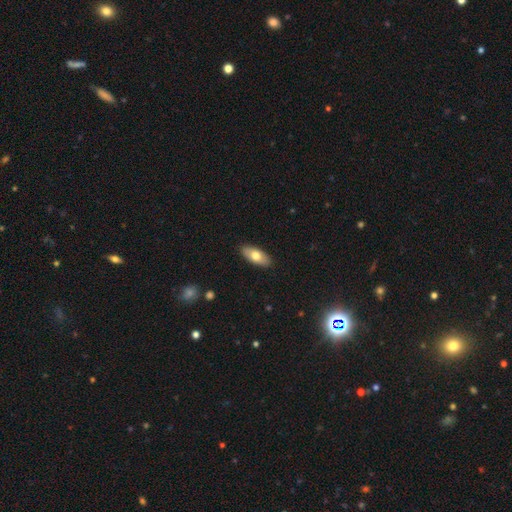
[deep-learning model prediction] Smooth or featured?
  - smooth: 72% *
  - featured or disk: 22%
  - star or artifact: 6%
How rounded?
  - in between: 87% *
  - cigar-shaped: 10%
  - round: 3%
Merging?
  - none: 89% *
  - minor disturbance: 8%
  - major disturbance: 2%
  - merger: 1%